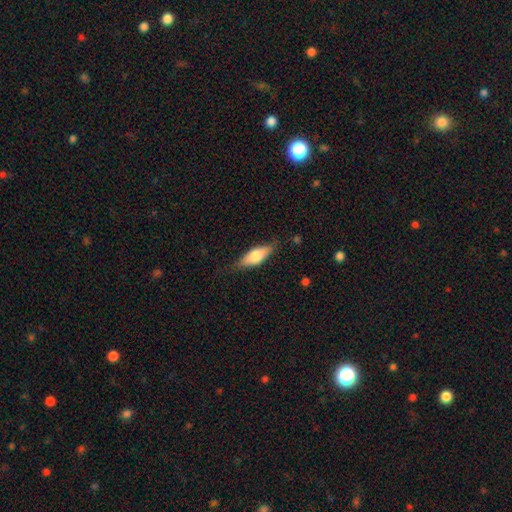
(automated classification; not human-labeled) Smooth or featured? smooth (64%)
How rounded? in between (63%)
Merging? none (75%)